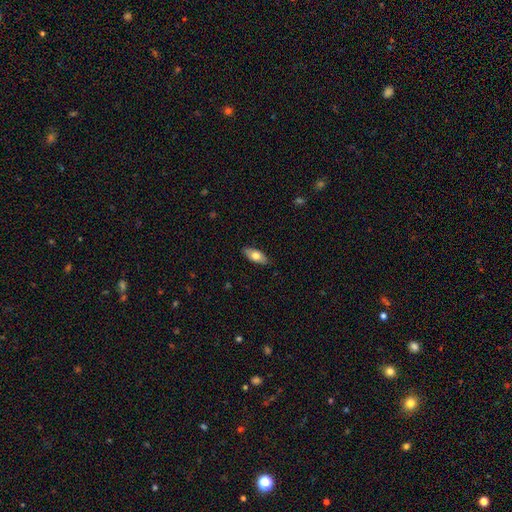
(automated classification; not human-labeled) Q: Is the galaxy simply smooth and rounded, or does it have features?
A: smooth — 69%.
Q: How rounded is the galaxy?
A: in between — 84%.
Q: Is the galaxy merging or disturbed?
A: none — 87%.